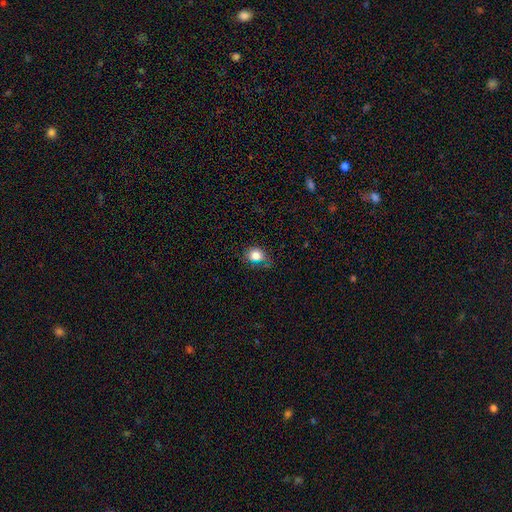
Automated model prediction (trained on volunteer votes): A smooth galaxy with no disk features (81%) that is round (55%). Merging: none (60%).